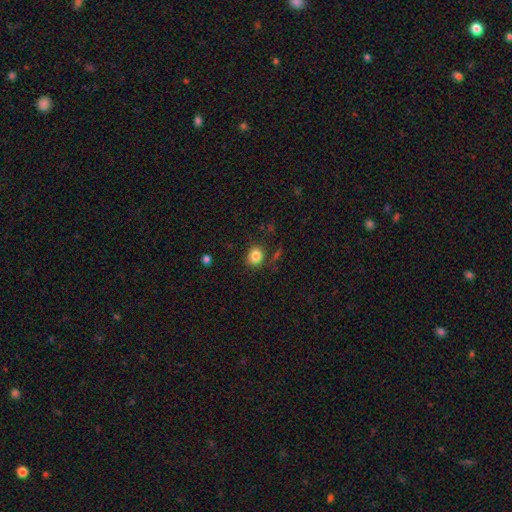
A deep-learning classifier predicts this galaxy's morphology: A smooth galaxy with no disk features (84%) that is round (66%). Merging: none (78%).